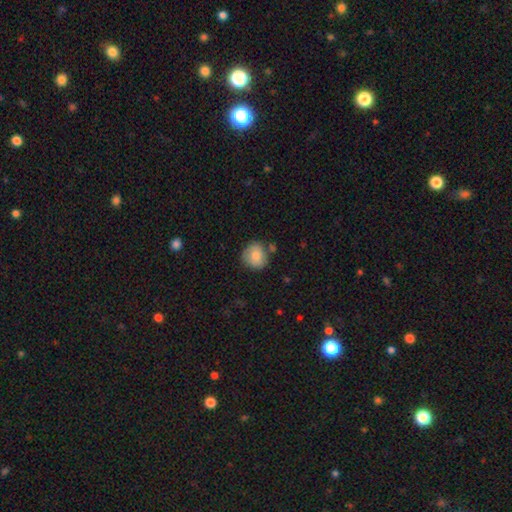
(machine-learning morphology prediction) smooth 80%, featured or disk 12%, star or artifact 8%. Down the decision tree: how rounded — round (85%); merging — none (71%).